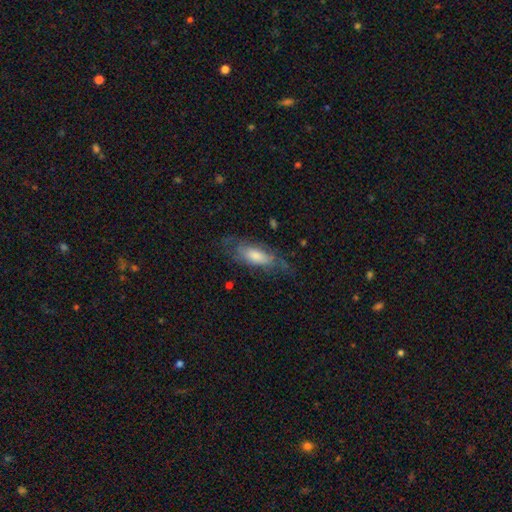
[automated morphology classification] A smooth galaxy with no disk features (48%). Merging: none (59%).